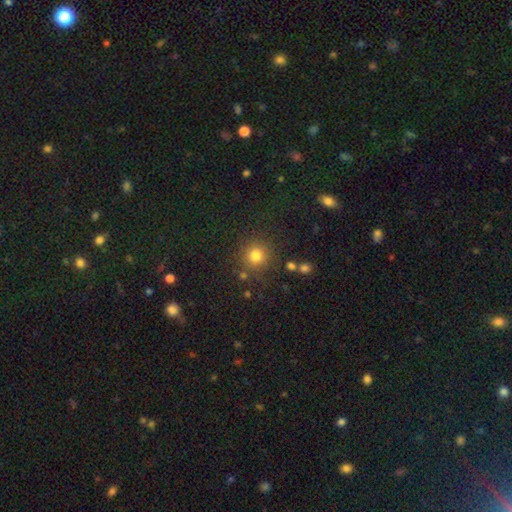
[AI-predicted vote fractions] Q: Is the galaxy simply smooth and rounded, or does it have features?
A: smooth — 80%.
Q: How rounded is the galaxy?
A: round — 93%.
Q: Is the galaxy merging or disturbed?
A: none — 83%.